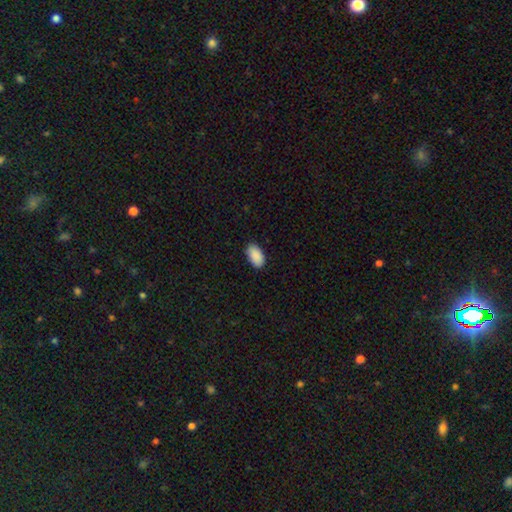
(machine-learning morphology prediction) smooth-or-featured: smooth: 91% | star or artifact: 7% | featured or disk: 3%
  how-rounded: in between: 95% | round: 3% | cigar-shaped: 2%
  merging: none: 87% | minor disturbance: 10% | major disturbance: 2% | merger: 1%